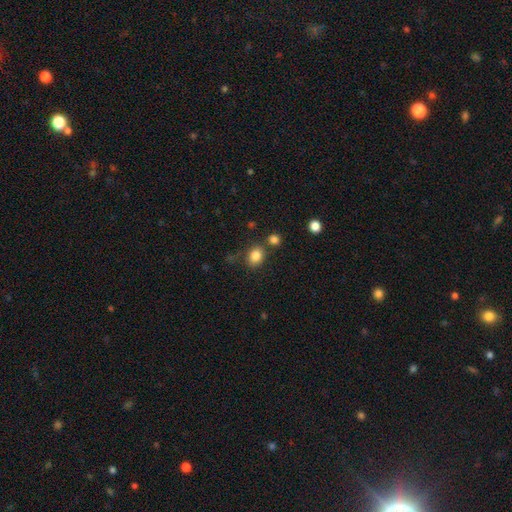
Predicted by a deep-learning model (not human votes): This appears to be a smooth galaxy with no disk features (84%) that is in between round and cigar-shaped (51%). Merging: none (72%).